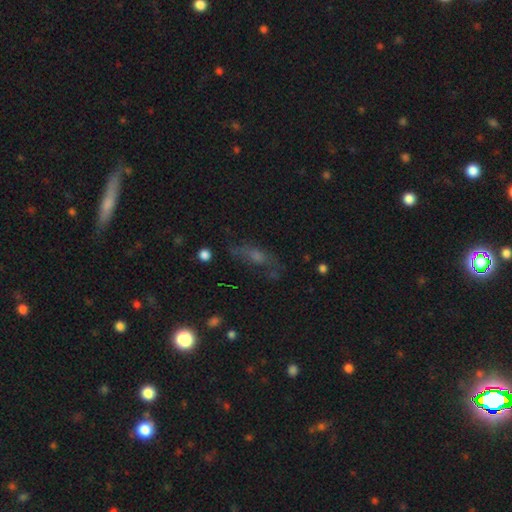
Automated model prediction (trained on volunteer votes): This appears to be a featured or disk galaxy (36%). Merging: none (62%).